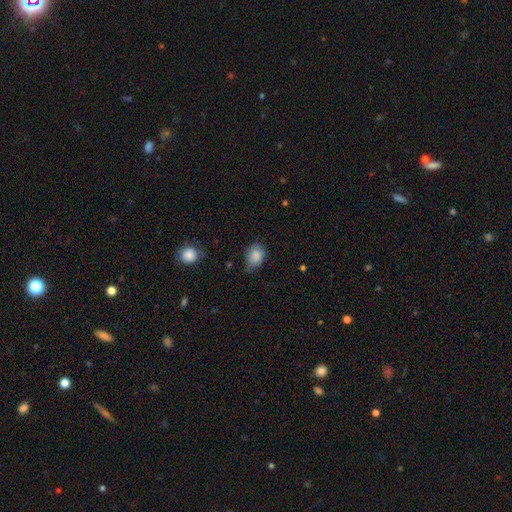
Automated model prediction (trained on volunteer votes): Morphology: type=smooth (84%); roundness=in between (72%); merging=none (54%).